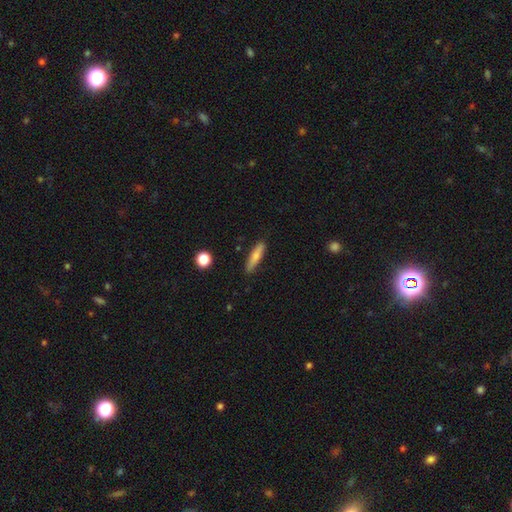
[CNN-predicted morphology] smooth-or-featured: smooth: 68% | featured or disk: 25% | star or artifact: 7%
  how-rounded: cigar-shaped: 81% | in between: 17% | round: 2%
  merging: none: 86% | minor disturbance: 11% | major disturbance: 2% | merger: 2%